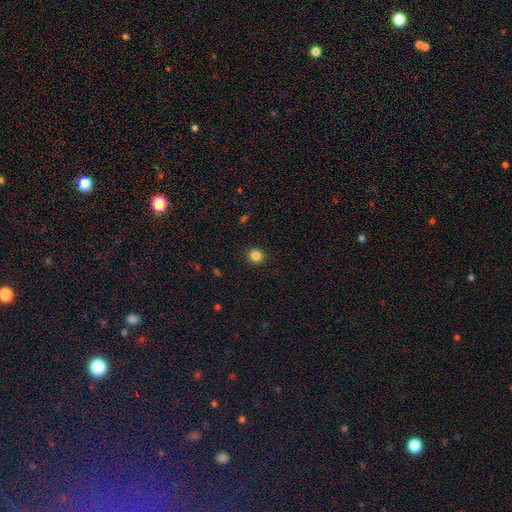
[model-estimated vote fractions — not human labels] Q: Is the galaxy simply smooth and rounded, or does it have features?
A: smooth — 84%.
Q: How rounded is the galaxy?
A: round — 89%.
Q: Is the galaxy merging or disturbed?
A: none — 92%.